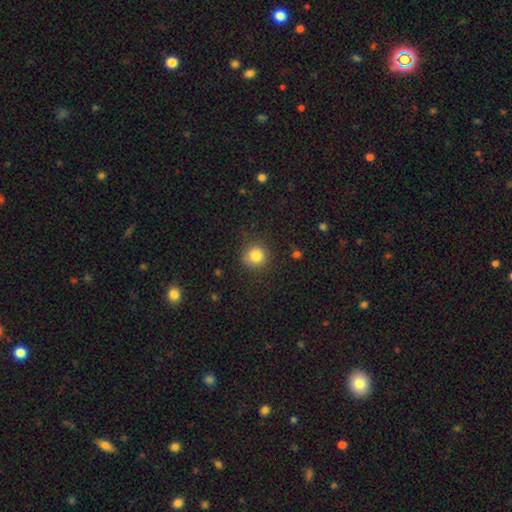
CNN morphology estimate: A smooth galaxy with no disk features (83%) that is round (92%).

Vote fractions:
- Smooth or featured? smooth: 83% / star or artifact: 11% / featured or disk: 6%
- How rounded? round: 92% / in between: 8% / cigar-shaped: 1%
- Merging? none: 85% / minor disturbance: 11% / major disturbance: 4% / merger: 1%